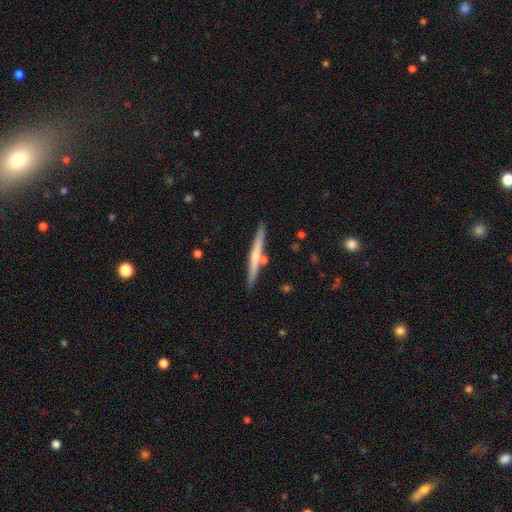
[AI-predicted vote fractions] Smooth or featured? Predicted: featured or disk (p=0.47, tied with smooth). Merging? Predicted: none (p=0.82).